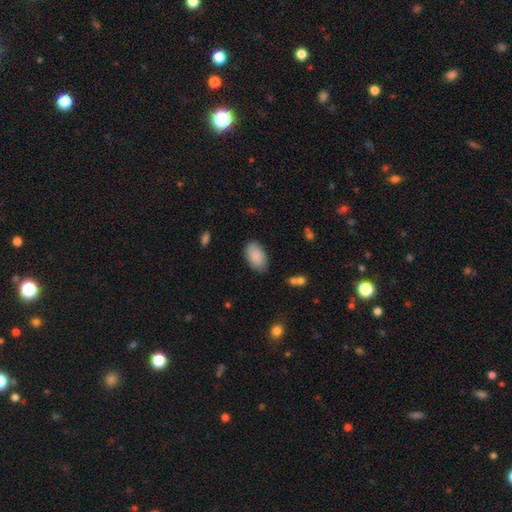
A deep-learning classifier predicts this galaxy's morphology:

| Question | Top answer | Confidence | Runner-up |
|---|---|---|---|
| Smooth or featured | smooth | 85% | featured or disk (9%) |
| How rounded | in between | 94% | round (4%) |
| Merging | none | 80% | minor disturbance (15%) |